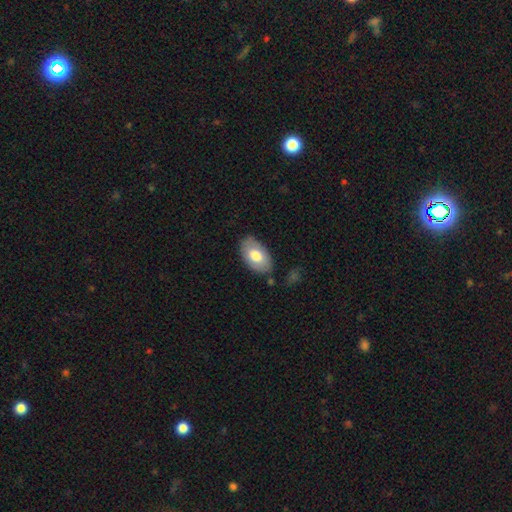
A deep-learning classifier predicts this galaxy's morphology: This is likely a smooth galaxy (71%). How rounded: clearly in between (94%). Merging: likely none (79%).